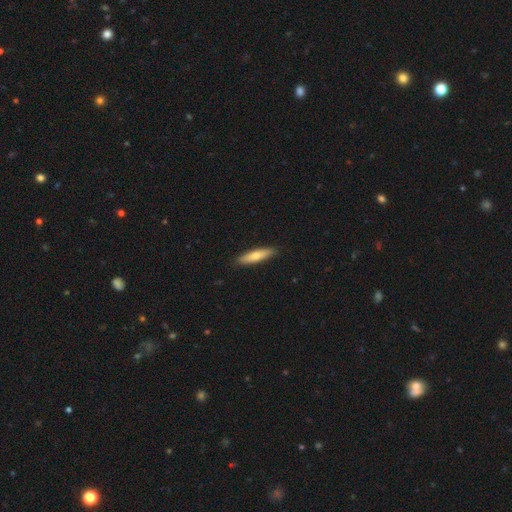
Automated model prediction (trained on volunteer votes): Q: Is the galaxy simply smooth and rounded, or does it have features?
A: smooth — 70%.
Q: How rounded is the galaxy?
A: cigar-shaped — 76%.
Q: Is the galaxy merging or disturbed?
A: none — 89%.